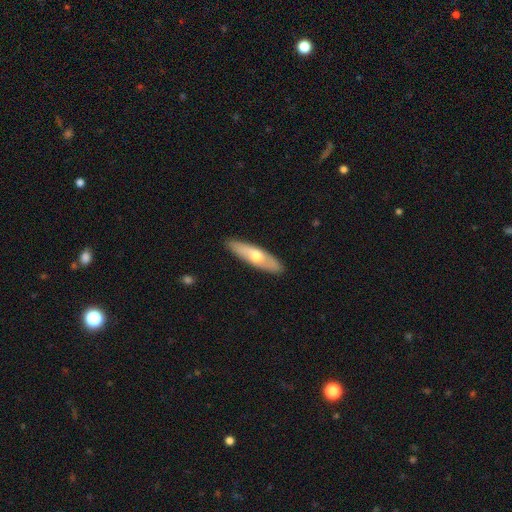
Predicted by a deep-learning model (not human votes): This appears to be a smooth galaxy with no disk features (54%) that is cigar-shaped (65%). Merging: none (89%).